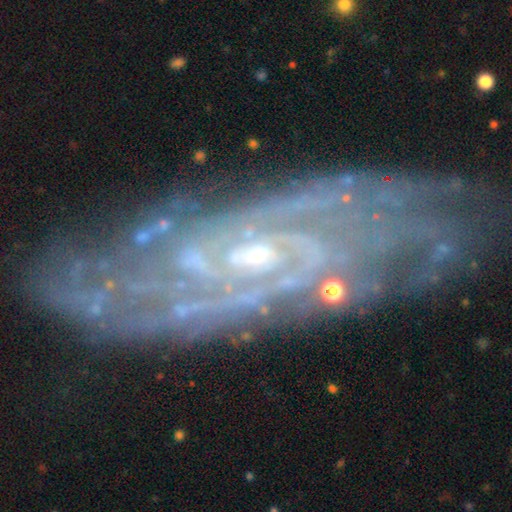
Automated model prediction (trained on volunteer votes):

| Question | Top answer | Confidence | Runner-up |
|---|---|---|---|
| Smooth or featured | featured or disk | 82% | star or artifact (10%) |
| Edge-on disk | no | 86% | yes (14%) |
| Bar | no | 57% | weak (32%) |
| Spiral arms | yes | 95% | no (5%) |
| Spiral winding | tight | 65% | medium (26%) |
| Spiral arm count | can't tell | 39% | 2 (17%) |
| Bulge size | small | 84% | moderate (11%) |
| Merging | none | 83% | minor disturbance (11%) |